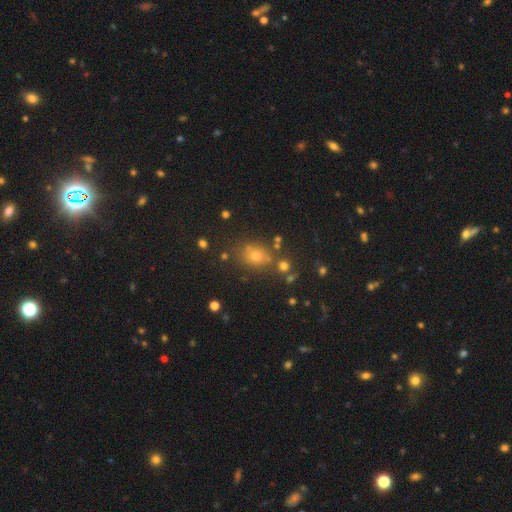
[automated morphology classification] A smooth galaxy with no disk features (59%) that is round (57%). Merging: none (74%).